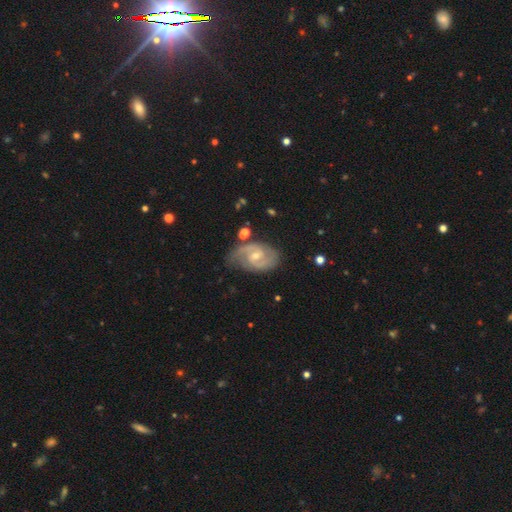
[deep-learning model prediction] A featured or disk galaxy (86%) with a weak bar (52%), 2 (87%) medium (53%) spiral arms (97%) and a small central bulge (54%).

Vote fractions:
- Smooth or featured? featured or disk: 86% / smooth: 8% / star or artifact: 5%
- Edge-on disk? no: 97% / yes: 3%
- Bar? weak: 52% / no: 39% / strong: 9%
- Spiral arms? yes: 97% / no: 3%
- Spiral winding? medium: 53% / tight: 33% / loose: 14%
- Spiral arm count? 2: 87% / can't tell: 6% / 3: 3% / 1: 2% / 4: 1% / more than 4: 1%
- Bulge size? small: 54% / moderate: 42% / none: 2% / large: 1% / dominant: 1%
- Merging? none: 71% / minor disturbance: 20% / major disturbance: 6% / merger: 3%